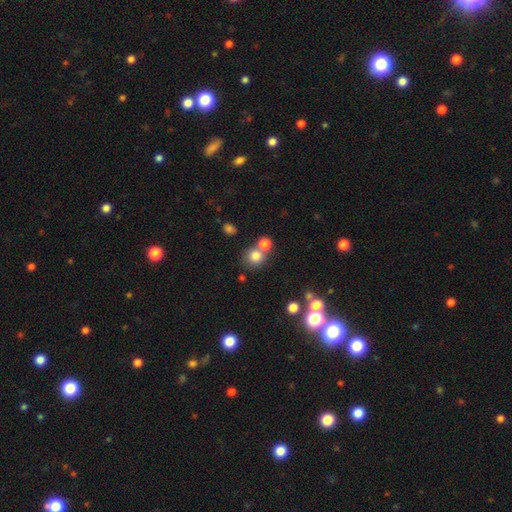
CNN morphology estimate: A smooth galaxy with no disk features (78%) that is round (86%).

Vote fractions:
- Smooth or featured? smooth: 78% / star or artifact: 14% / featured or disk: 8%
- How rounded? round: 86% / in between: 13% / cigar-shaped: 1%
- Merging? none: 59% / merger: 29% / minor disturbance: 8% / major disturbance: 4%